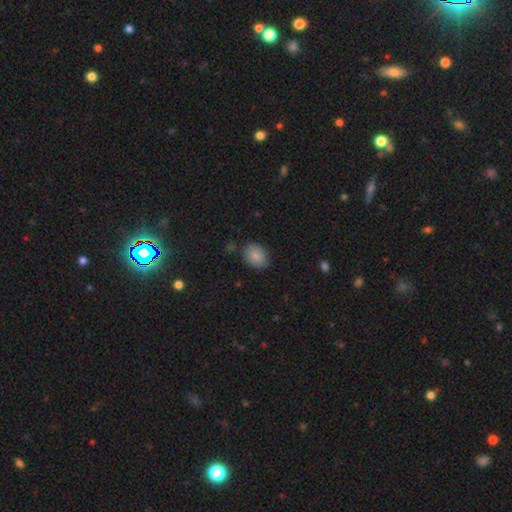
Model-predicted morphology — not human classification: The model was most divided on "how rounded": in between: 63%, round: 36%, cigar-shaped: 1%. More confident: smooth or featured — smooth (85%); merging — none (81%).